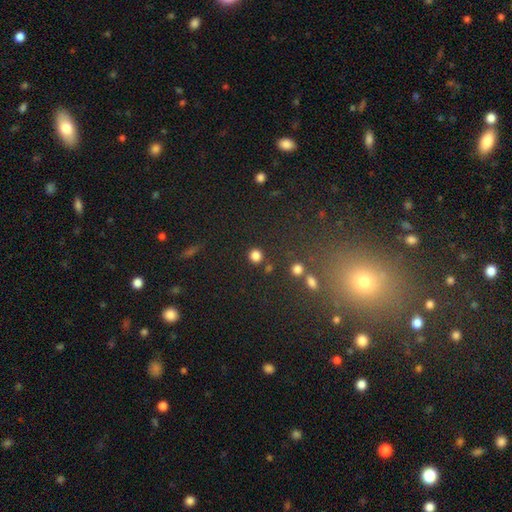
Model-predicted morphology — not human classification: A smooth galaxy with no disk features (81%) that is round (91%). Merging: none (86%).